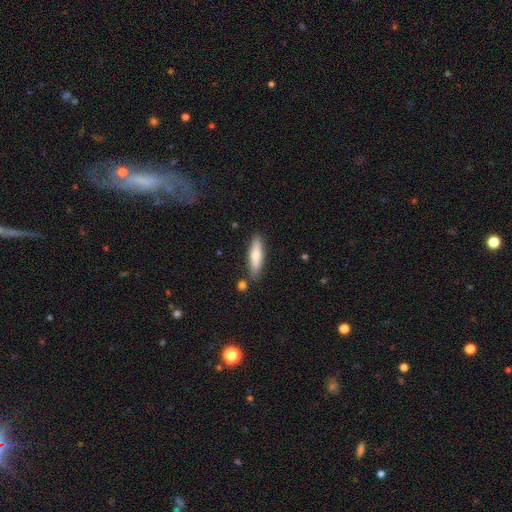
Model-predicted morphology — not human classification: Smooth or featured? Predicted: smooth (p=0.71). How rounded? Predicted: cigar-shaped (p=0.71). Merging? Predicted: none (p=0.82).